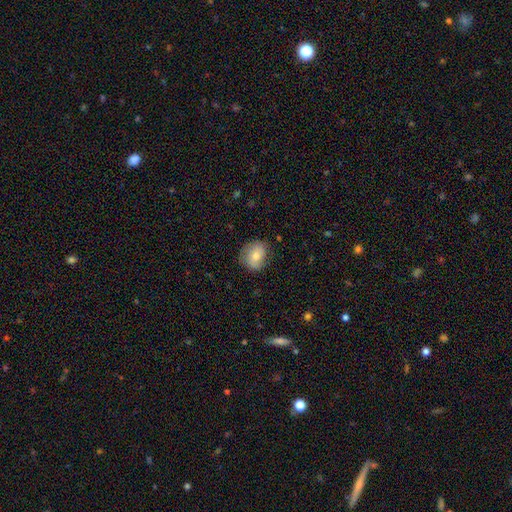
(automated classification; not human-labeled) Smooth or featured? smooth (64%)
How rounded? round (57%)
Merging? none (72%)